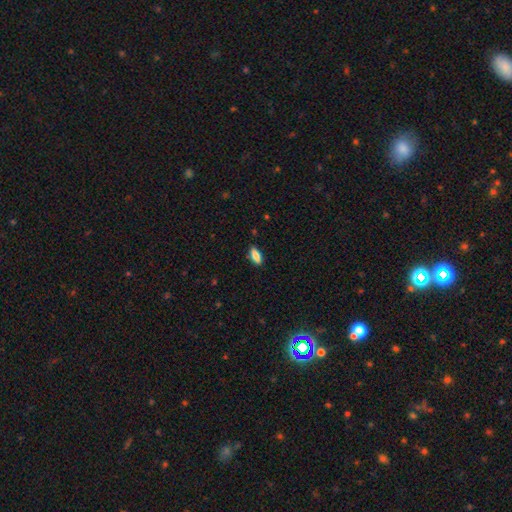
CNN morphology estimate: Overall: smooth (84%). How rounded: in between (75%). Merging: none (86%).